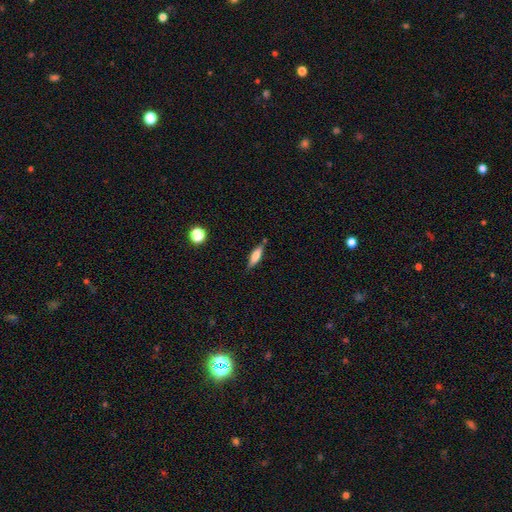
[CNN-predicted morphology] Smooth or featured? smooth (61%)
How rounded? cigar-shaped (59%)
Merging? none (81%)